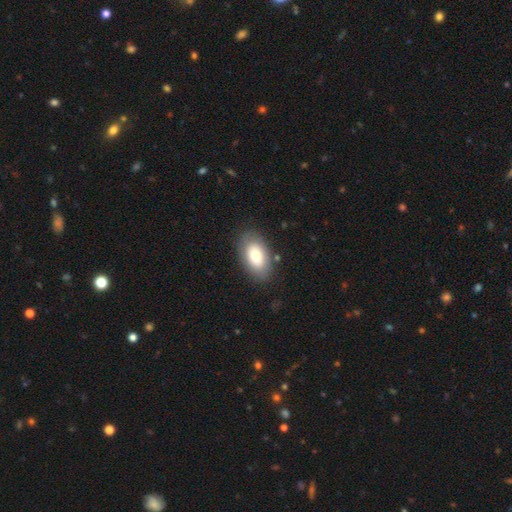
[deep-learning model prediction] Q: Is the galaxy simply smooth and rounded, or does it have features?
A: smooth — 77%.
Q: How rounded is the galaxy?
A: in between — 93%.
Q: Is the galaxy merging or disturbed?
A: none — 82%.